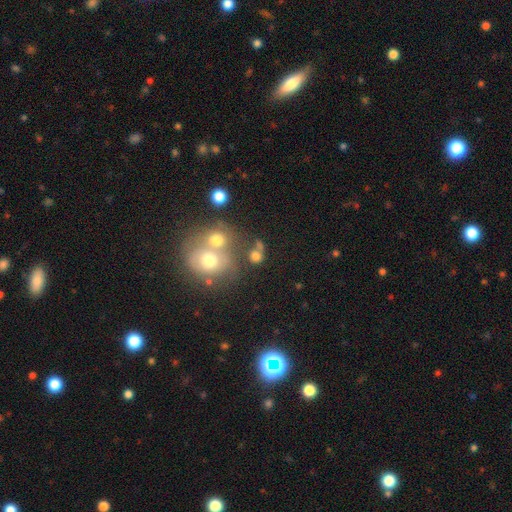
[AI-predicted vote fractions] smooth_or_featured: smooth (p=0.71) [alt: star or artifact p=0.16]
how_rounded: round (p=0.74) [alt: in between p=0.25]
merging: none (p=0.46) [alt: merger p=0.34]